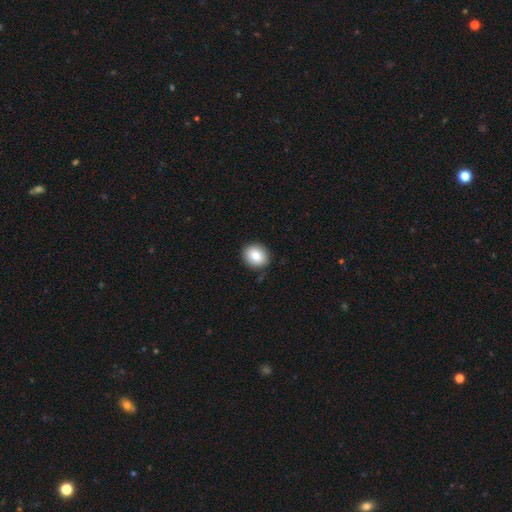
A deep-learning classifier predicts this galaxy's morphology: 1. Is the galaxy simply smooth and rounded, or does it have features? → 84% smooth, 9% star or artifact, 8% featured or disk.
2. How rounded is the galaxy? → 70% round, 29% in between, 1% cigar-shaped.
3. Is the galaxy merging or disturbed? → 89% none, 8% minor disturbance, 2% major disturbance, 1% merger.